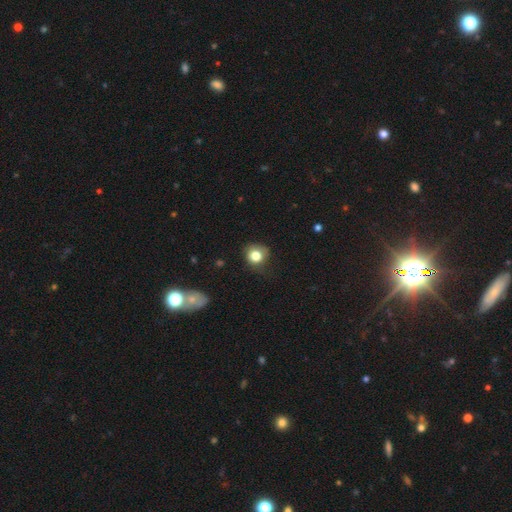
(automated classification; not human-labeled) smooth-or-featured: smooth: 80% | star or artifact: 11% | featured or disk: 9%
  how-rounded: round: 82% | in between: 17% | cigar-shaped: 1%
  merging: none: 64% | minor disturbance: 25% | major disturbance: 9% | merger: 2%